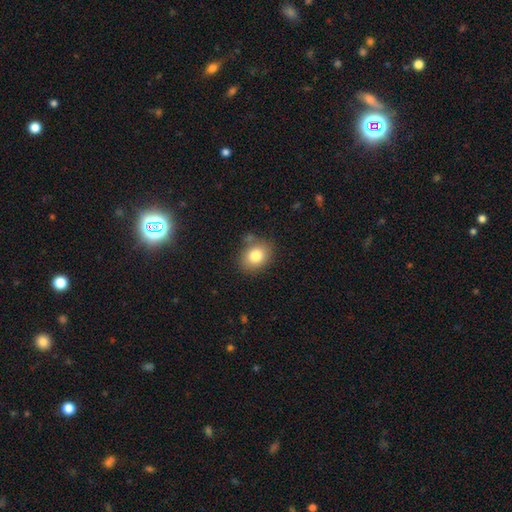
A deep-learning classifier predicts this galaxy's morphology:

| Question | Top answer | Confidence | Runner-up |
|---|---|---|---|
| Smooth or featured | smooth | 81% | featured or disk (9%) |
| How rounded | round | 51% | in between (48%) |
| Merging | none | 76% | minor disturbance (15%) |